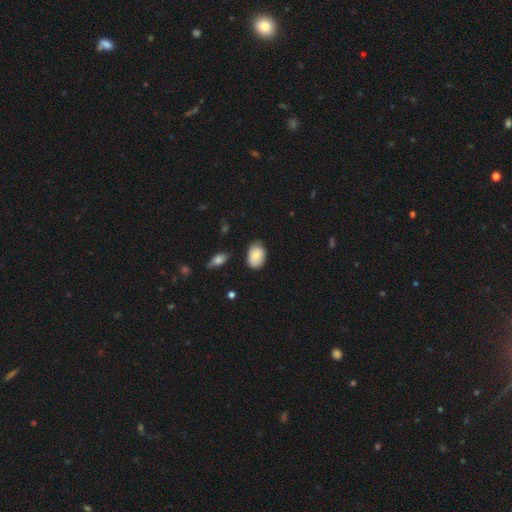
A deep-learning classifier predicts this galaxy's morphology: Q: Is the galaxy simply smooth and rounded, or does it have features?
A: smooth — 82%.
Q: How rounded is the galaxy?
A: in between — 87%.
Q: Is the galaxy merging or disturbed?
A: none — 74%.